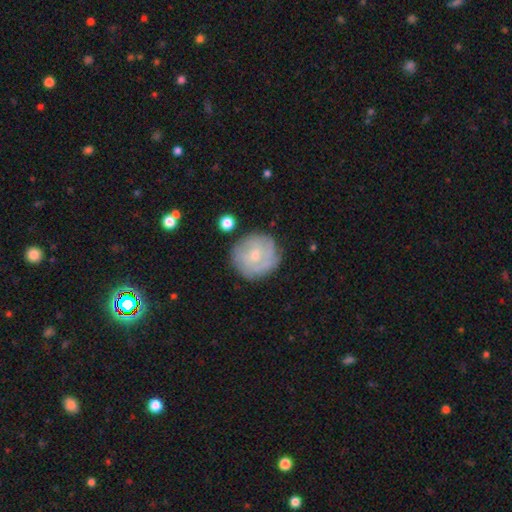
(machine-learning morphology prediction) smooth_or_featured: featured or disk (p=0.57) [alt: smooth p=0.35]
disk_edge_on: no (p=0.97) [alt: yes p=0.03]
bar: no (p=0.71) [alt: weak p=0.26]
has_spiral_arms: yes (p=0.72) [alt: no p=0.28]
bulge_size: small (p=0.58) [alt: moderate p=0.37]
merging: none (p=0.76) [alt: minor disturbance p=0.16]